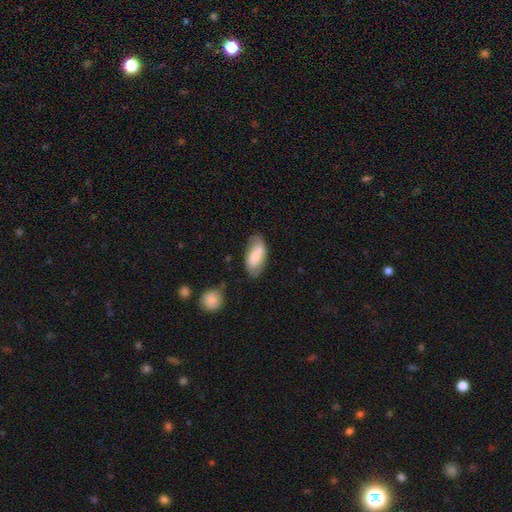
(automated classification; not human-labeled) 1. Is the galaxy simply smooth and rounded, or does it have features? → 65% smooth, 28% featured or disk, 6% star or artifact.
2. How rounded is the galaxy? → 89% in between, 8% cigar-shaped, 3% round.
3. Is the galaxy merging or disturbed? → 67% none, 22% minor disturbance, 6% major disturbance, 6% merger.